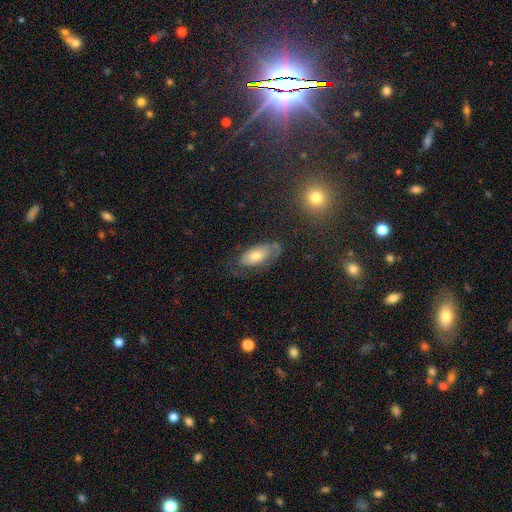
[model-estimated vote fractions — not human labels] Morphology: type=smooth (57%); roundness=in between (89%); merging=none (57%).